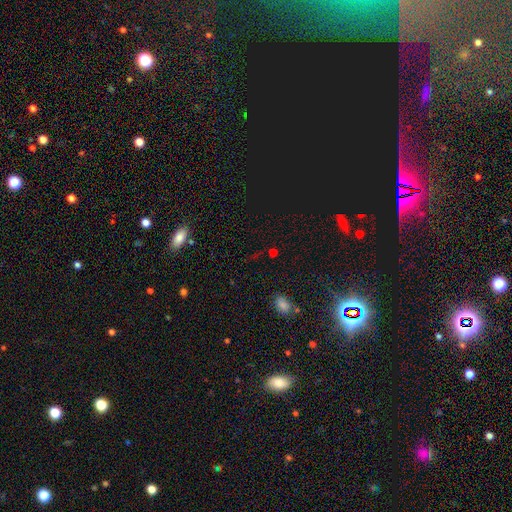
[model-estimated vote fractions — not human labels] Smooth or featured?
  - star or artifact: 58% *
  - smooth: 32%
  - featured or disk: 10%